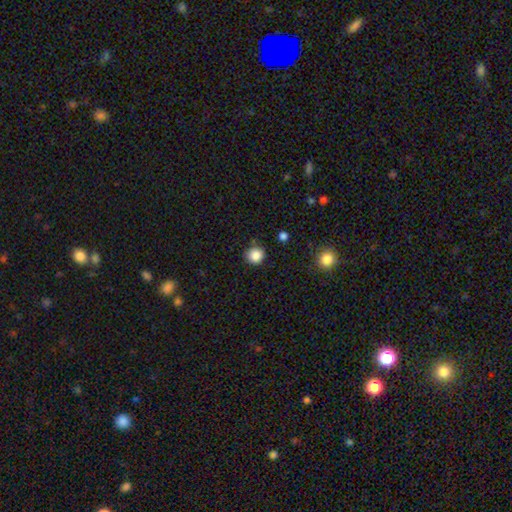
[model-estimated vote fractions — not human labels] Q: Smooth or featured?
A: smooth (86%); runner-up: star or artifact (10%)
Q: How rounded?
A: round (90%); runner-up: in between (9%)
Q: Merging?
A: none (84%); runner-up: minor disturbance (11%)